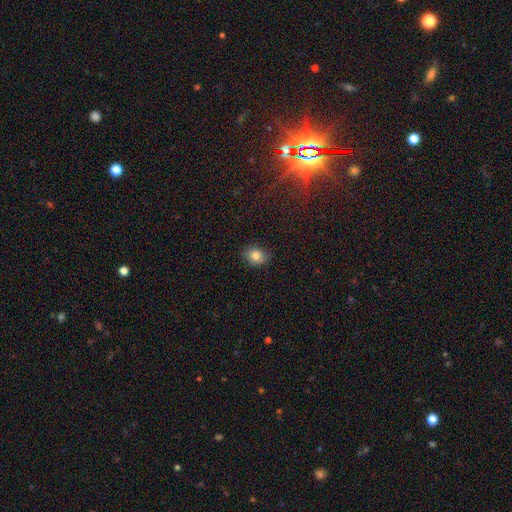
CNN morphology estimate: Overall: smooth (81%). How rounded: in between (50%; round 49%). Merging: none (86%).